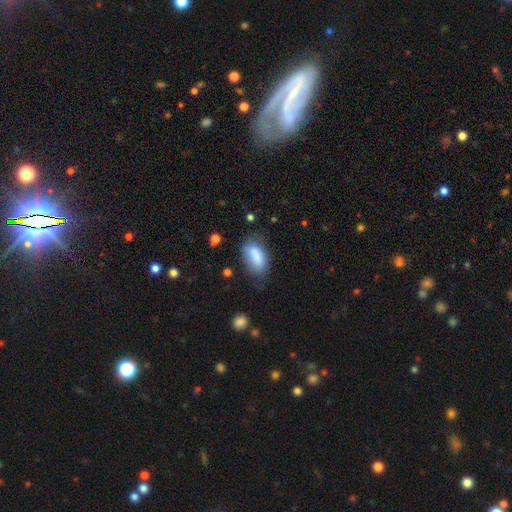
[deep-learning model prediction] This is clearly a smooth galaxy (83%). How rounded: clearly in between (89%). Merging: possibly none (57%).